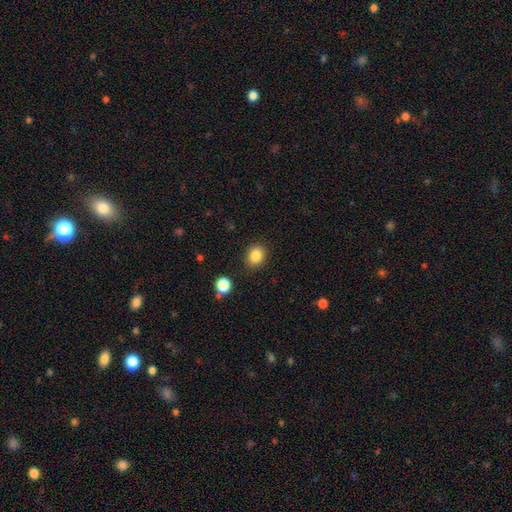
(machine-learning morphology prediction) smooth 85%, star or artifact 10%, featured or disk 5%. Down the decision tree: how rounded — round (53%); merging — none (87%).